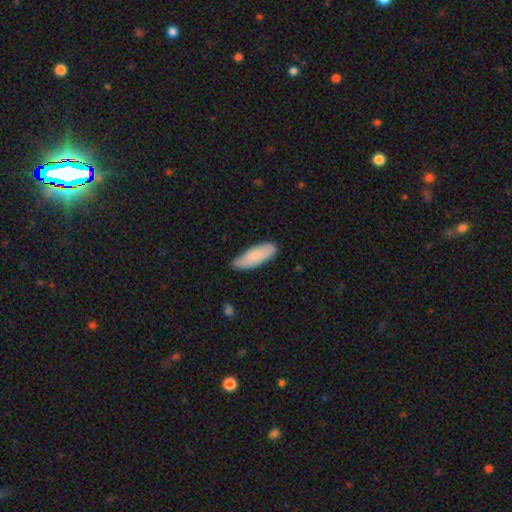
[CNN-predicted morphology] smooth-or-featured: smooth: 78% | featured or disk: 16% | star or artifact: 6%
  how-rounded: in between: 67% | cigar-shaped: 32% | round: 2%
  merging: none: 69% | minor disturbance: 26% | major disturbance: 3% | merger: 1%